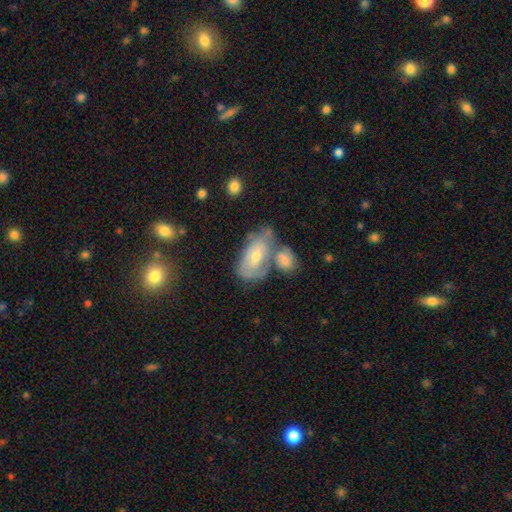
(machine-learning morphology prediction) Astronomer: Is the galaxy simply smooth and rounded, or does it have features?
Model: featured or disk — 48% (runner-up: smooth, 44%).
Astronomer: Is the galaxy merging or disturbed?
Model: none — 36% (runner-up: merger, 35%).